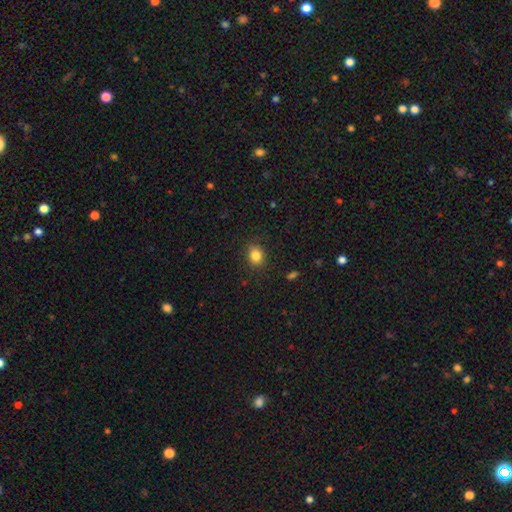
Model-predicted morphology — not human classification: smooth_or_featured: smooth (p=0.84) [alt: star or artifact p=0.10]
how_rounded: round (p=0.53) [alt: in between p=0.46]
merging: none (p=0.86) [alt: minor disturbance p=0.10]